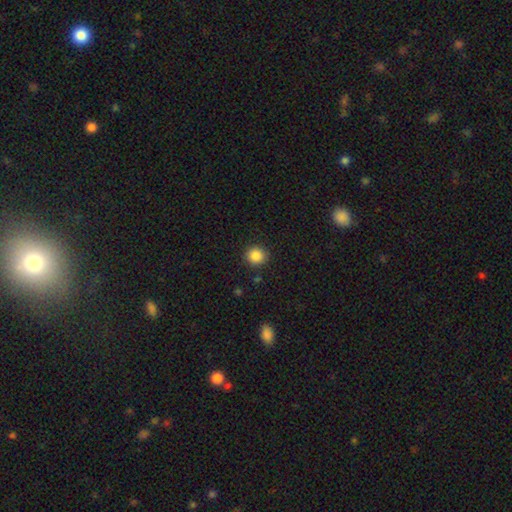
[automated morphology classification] This is clearly a smooth galaxy (87%). How rounded: clearly round (90%). Merging: clearly none (89%).